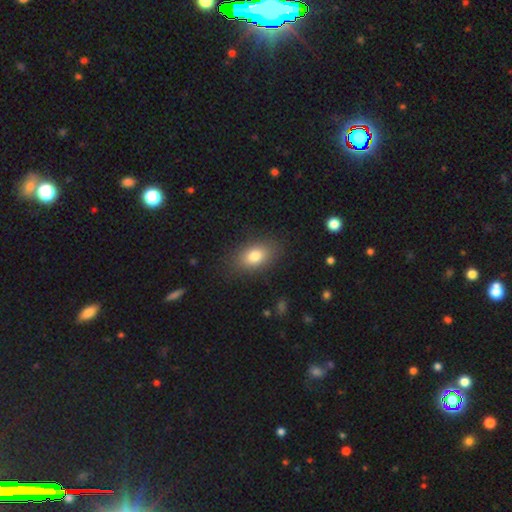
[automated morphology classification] Q: Smooth or featured?
A: smooth (80%); runner-up: featured or disk (11%)
Q: How rounded?
A: in between (86%); runner-up: round (12%)
Q: Merging?
A: none (84%); runner-up: minor disturbance (11%)